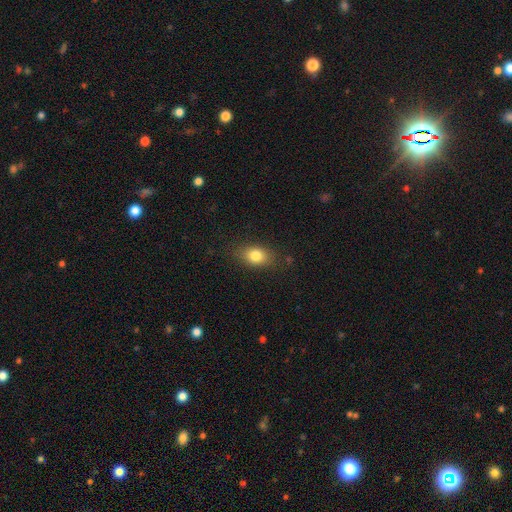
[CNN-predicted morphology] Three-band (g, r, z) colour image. It shows a smooth galaxy with no disk features (81%) that is in between round and cigar-shaped (75%). Merging: none (82%).